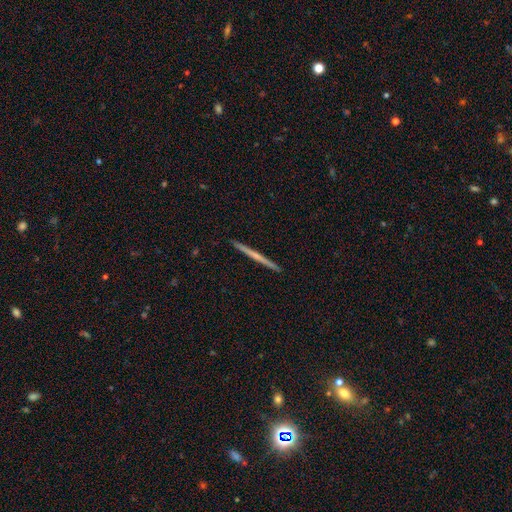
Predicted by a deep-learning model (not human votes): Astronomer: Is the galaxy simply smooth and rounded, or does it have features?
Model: featured or disk — 60%.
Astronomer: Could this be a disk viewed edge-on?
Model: yes — 98%.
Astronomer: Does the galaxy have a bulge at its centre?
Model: none — 71%.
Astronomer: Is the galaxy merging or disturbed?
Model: none — 93%.